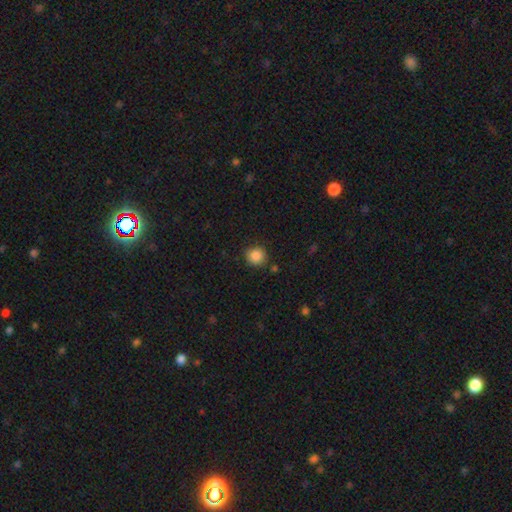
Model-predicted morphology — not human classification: type=smooth (87%); roundness=round (90%); merging=none (83%).